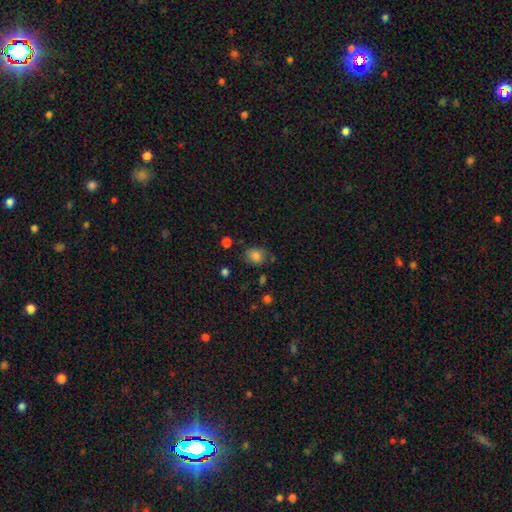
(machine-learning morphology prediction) Smooth or featured: smooth — 81% (star or artifact — 11%)
How rounded: in between — 57% (round — 42%)
Merging: none — 67% (minor disturbance — 23%)